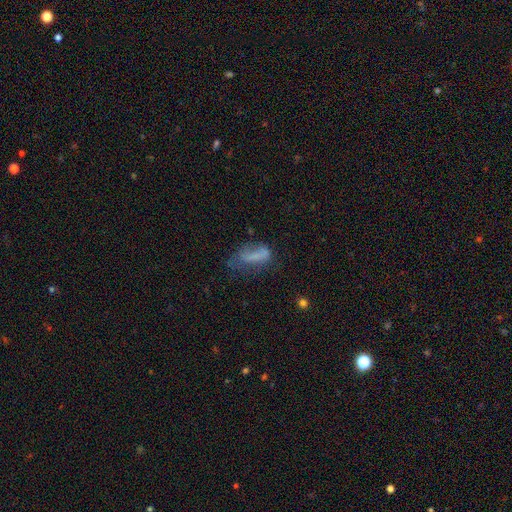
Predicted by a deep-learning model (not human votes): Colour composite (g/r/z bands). It shows a smooth galaxy with no disk features (58%) that is in between round and cigar-shaped (67%). Merging: major disturbance (33%).